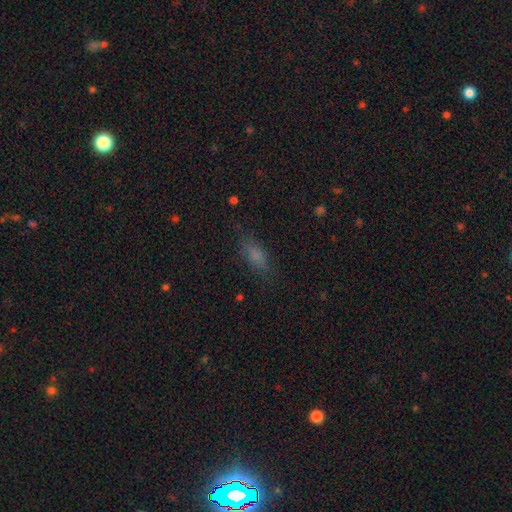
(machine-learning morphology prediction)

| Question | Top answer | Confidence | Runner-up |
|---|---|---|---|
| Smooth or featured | smooth | 72% | star or artifact (15%) |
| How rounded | in between | 74% | cigar-shaped (21%) |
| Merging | none | 74% | minor disturbance (17%) |